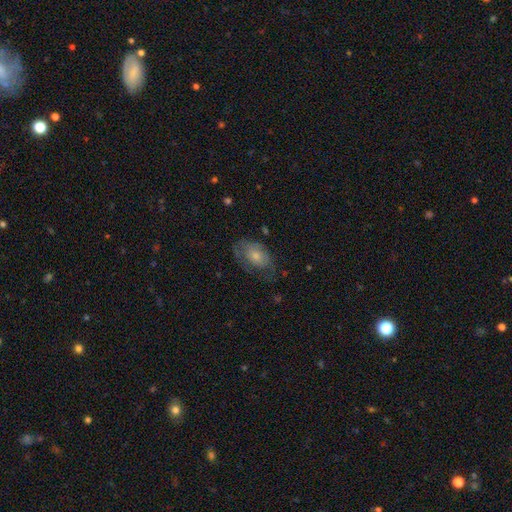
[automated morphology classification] Smooth or featured? Predicted: featured or disk (p=0.45, tied with smooth). Merging? Predicted: none (p=0.61).